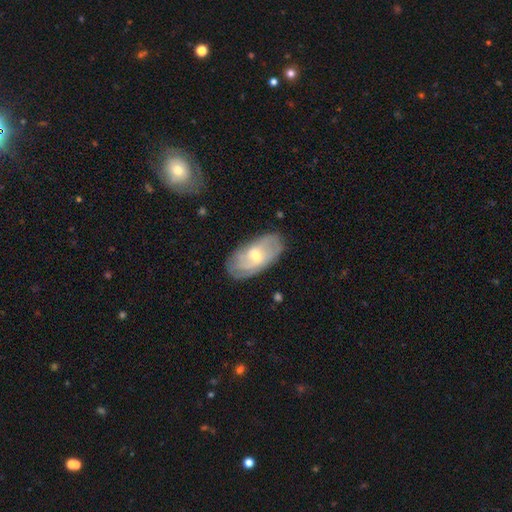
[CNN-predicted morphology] The model was most divided on "bar": weak: 46%, no: 43%, strong: 11%. More confident: edge-on disk — no (91%); spiral arms — yes (80%); merging — none (76%); smooth or featured — featured or disk (65%); bulge size — moderate (57%).